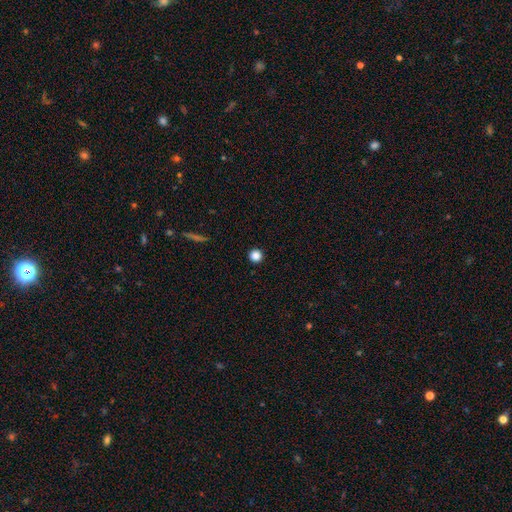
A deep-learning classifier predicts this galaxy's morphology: A smooth galaxy with no disk features (85%) that is round (96%). Merging: none (94%).